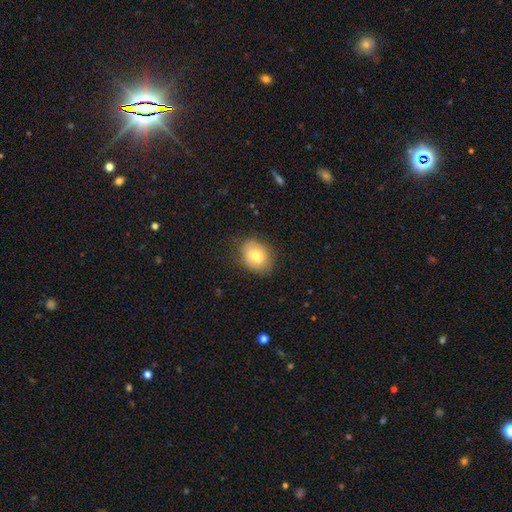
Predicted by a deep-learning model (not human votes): Smooth or featured? Predicted: smooth (p=0.74). How rounded? Predicted: in between (p=0.55). Merging? Predicted: none (p=0.79).